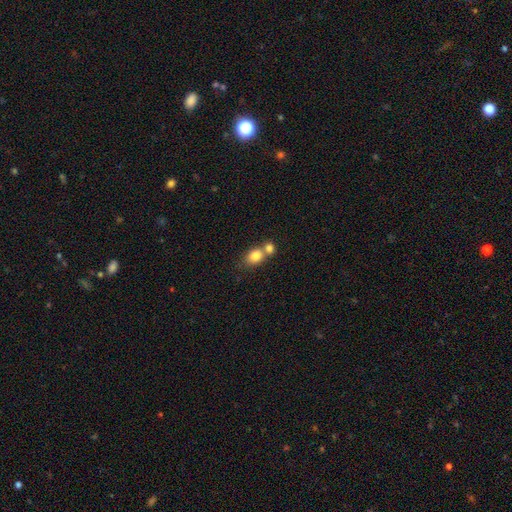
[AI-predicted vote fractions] smooth-or-featured: smooth: 82% | featured or disk: 10% | star or artifact: 9%
  how-rounded: in between: 51% | round: 48% | cigar-shaped: 1%
  merging: merger: 54% | none: 35% | minor disturbance: 8% | major disturbance: 3%